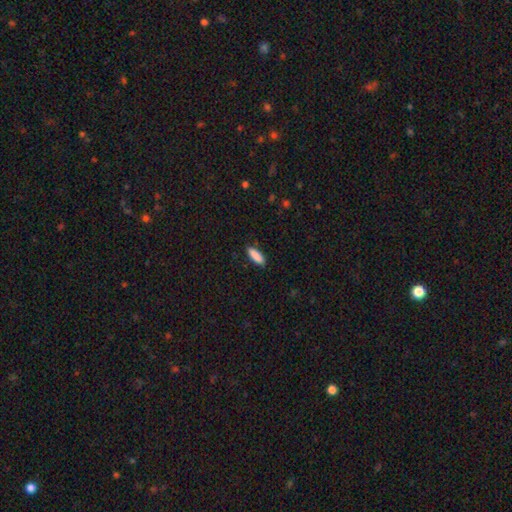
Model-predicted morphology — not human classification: Q: Smooth or featured?
A: smooth (89%); runner-up: star or artifact (6%)
Q: How rounded?
A: in between (56%); runner-up: cigar-shaped (42%)
Q: Merging?
A: none (87%); runner-up: minor disturbance (10%)